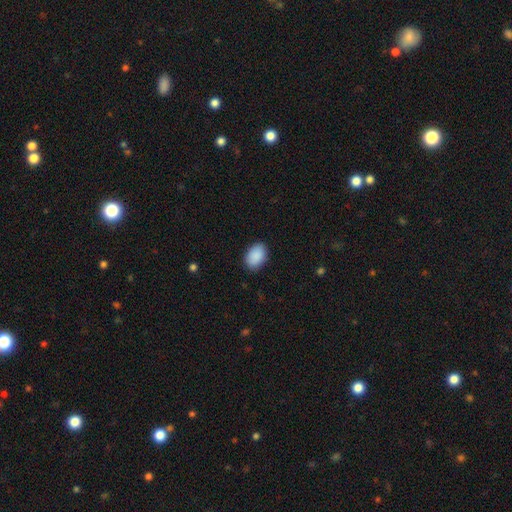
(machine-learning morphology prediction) This is clearly a smooth galaxy (91%). How rounded: clearly in between (87%). Merging: clearly none (86%).